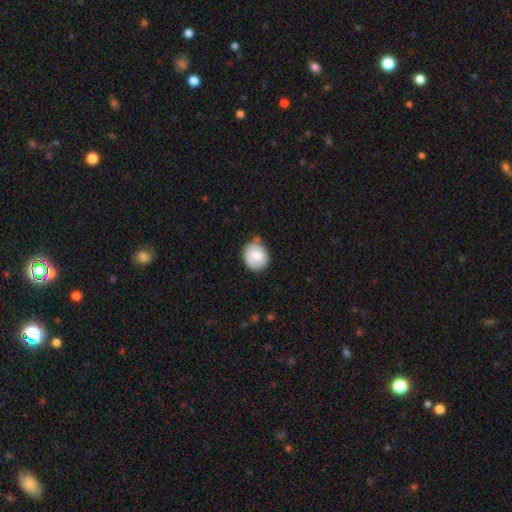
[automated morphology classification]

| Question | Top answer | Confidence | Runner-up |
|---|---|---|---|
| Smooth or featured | smooth | 74% | featured or disk (19%) |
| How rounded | round | 73% | in between (26%) |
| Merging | none | 70% | minor disturbance (23%) |